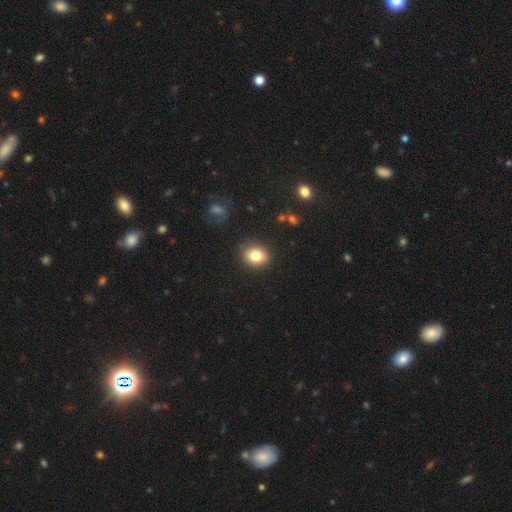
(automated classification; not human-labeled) A smooth galaxy with no disk features (82%) that is round (57%). Merging: none (87%).